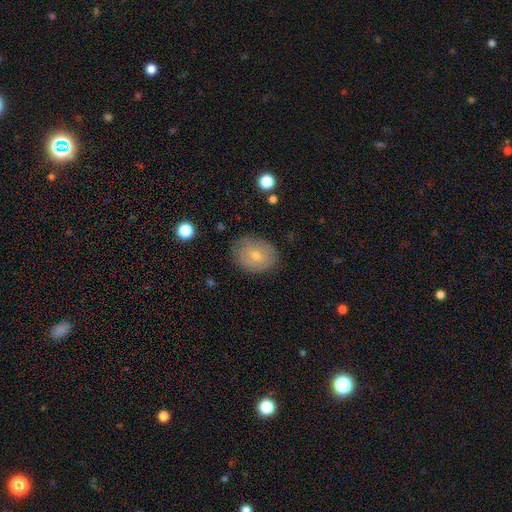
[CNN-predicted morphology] Smooth or featured? smooth (64%)
How rounded? in between (51%)
Merging? none (76%)